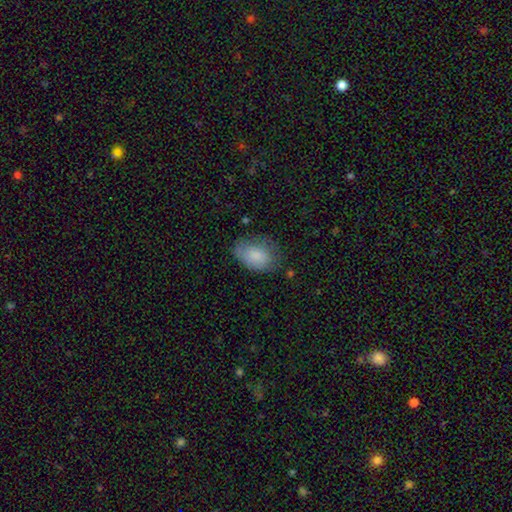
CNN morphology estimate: Q: Smooth or featured?
A: smooth (83%); runner-up: featured or disk (10%)
Q: How rounded?
A: in between (86%); runner-up: round (12%)
Q: Merging?
A: none (59%); runner-up: minor disturbance (29%)